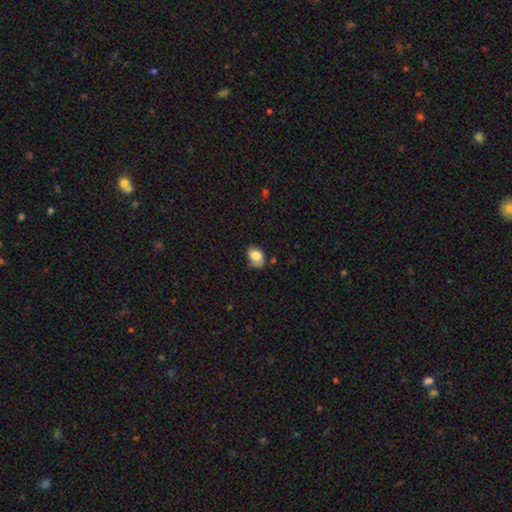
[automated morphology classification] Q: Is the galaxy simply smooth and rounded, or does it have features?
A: smooth — 78%.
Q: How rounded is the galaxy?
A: in between — 78%.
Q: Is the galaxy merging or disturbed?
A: none — 55%.